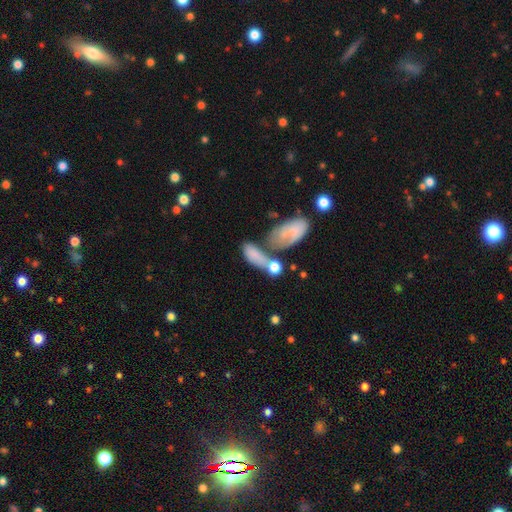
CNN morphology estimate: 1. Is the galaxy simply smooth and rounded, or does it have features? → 68% smooth, 23% featured or disk, 9% star or artifact.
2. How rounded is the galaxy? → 72% in between, 19% cigar-shaped, 9% round.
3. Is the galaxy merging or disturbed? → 34% merger, 33% none, 18% minor disturbance, 15% major disturbance.